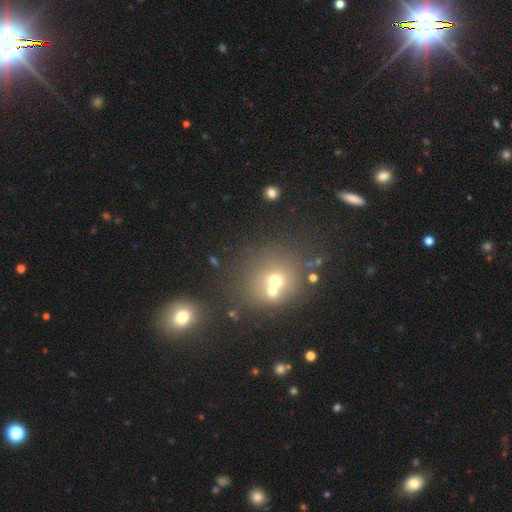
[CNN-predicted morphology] type=star or artifact (44%).